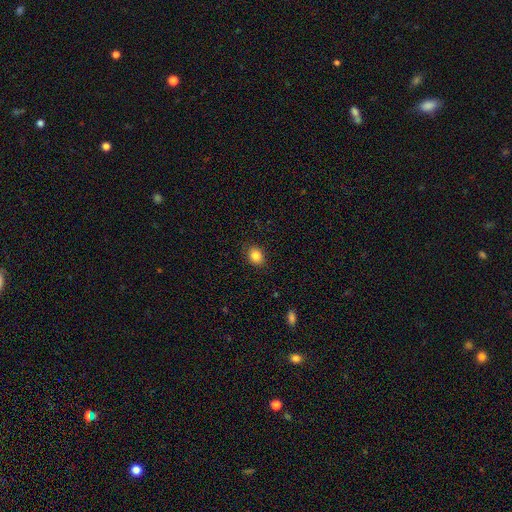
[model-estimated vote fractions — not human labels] Smooth or featured? Predicted: smooth (p=0.84). How rounded? Predicted: round (p=0.51). Merging? Predicted: none (p=0.88).